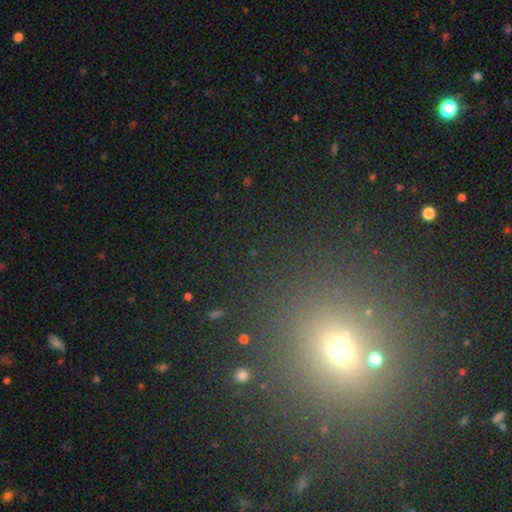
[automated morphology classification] A star or artifact, not a galaxy (54%).

Vote fractions:
- Smooth or featured? star or artifact: 54% / smooth: 37% / featured or disk: 9%